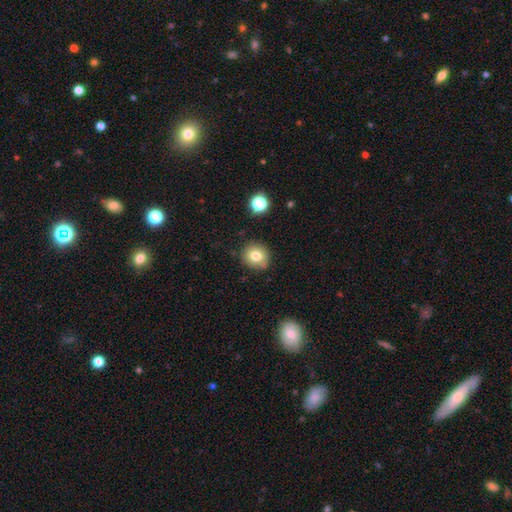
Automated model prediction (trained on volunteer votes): Q: Smooth or featured?
A: smooth (77%); runner-up: star or artifact (12%)
Q: How rounded?
A: round (85%); runner-up: in between (14%)
Q: Merging?
A: none (83%); runner-up: minor disturbance (11%)